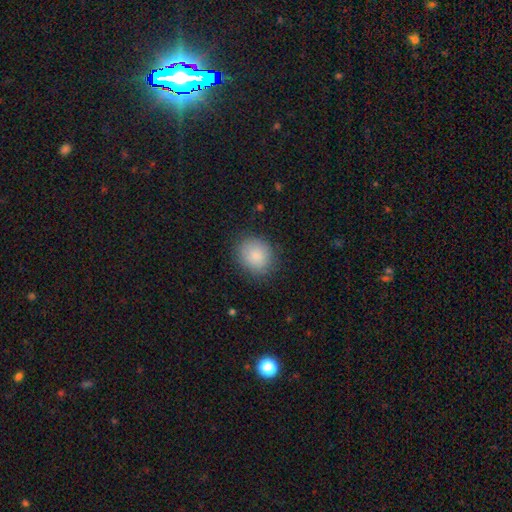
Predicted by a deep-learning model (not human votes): smooth-or-featured: smooth: 87% | star or artifact: 8% | featured or disk: 6%
  how-rounded: round: 69% | in between: 30% | cigar-shaped: 1%
  merging: none: 83% | minor disturbance: 12% | major disturbance: 4% | merger: 1%